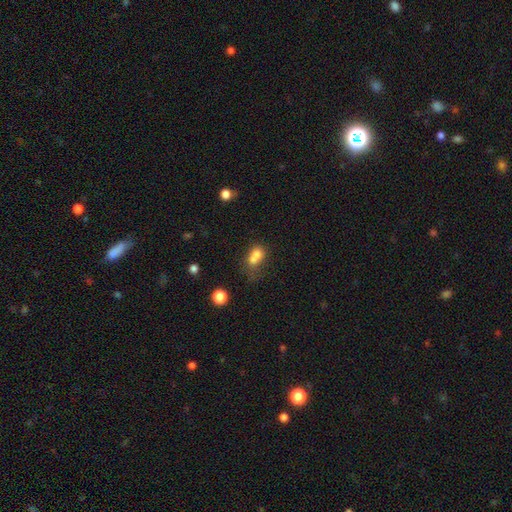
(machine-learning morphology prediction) smooth_or_featured: smooth (p=0.71) [alt: featured or disk p=0.17]
how_rounded: in between (p=0.51) [alt: round p=0.47]
merging: merger (p=0.60) [alt: none p=0.22]